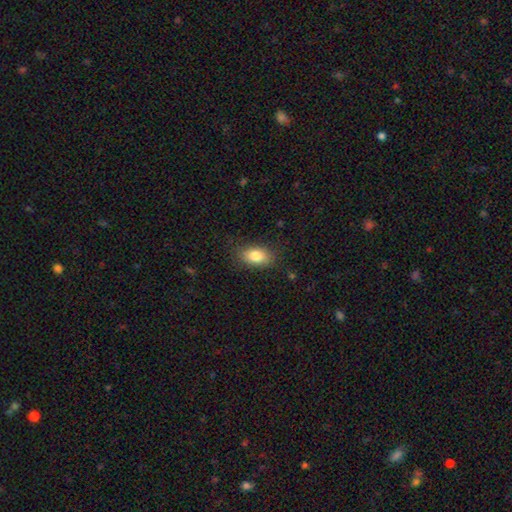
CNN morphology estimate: Smooth or featured?
  - smooth: 82% *
  - featured or disk: 10%
  - star or artifact: 8%
How rounded?
  - in between: 89% *
  - round: 8%
  - cigar-shaped: 3%
Merging?
  - none: 83% *
  - minor disturbance: 12%
  - major disturbance: 3%
  - merger: 1%